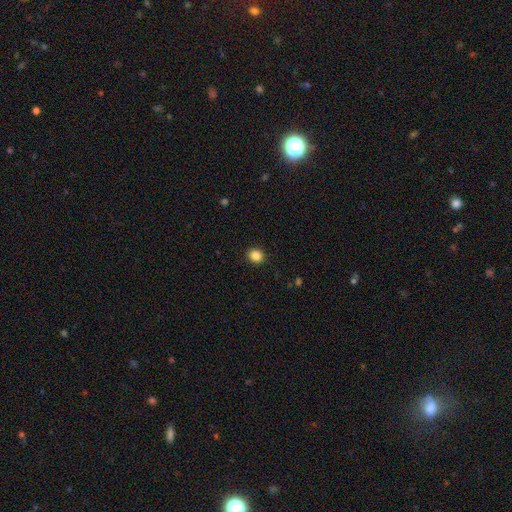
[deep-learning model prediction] A smooth galaxy with no disk features (86%) that is round (76%).

Vote fractions:
- Smooth or featured? smooth: 86% / star or artifact: 11% / featured or disk: 4%
- How rounded? round: 76% / in between: 23% / cigar-shaped: 1%
- Merging? none: 91% / minor disturbance: 6% / major disturbance: 2% / merger: 1%